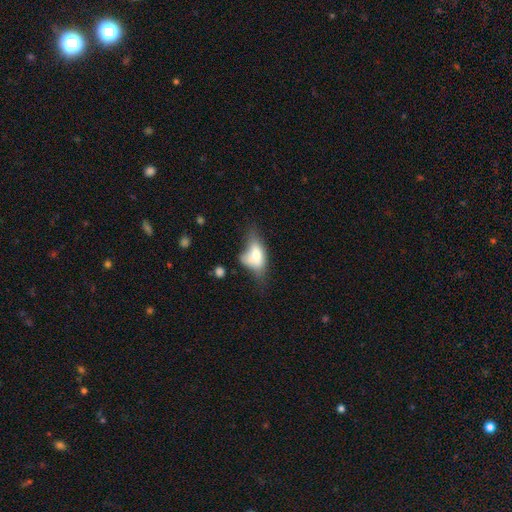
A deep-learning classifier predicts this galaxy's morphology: Overall: smooth (58%; featured or disk 33%). How rounded: in between (83%). Merging: major disturbance (32%; minor disturbance 27%).